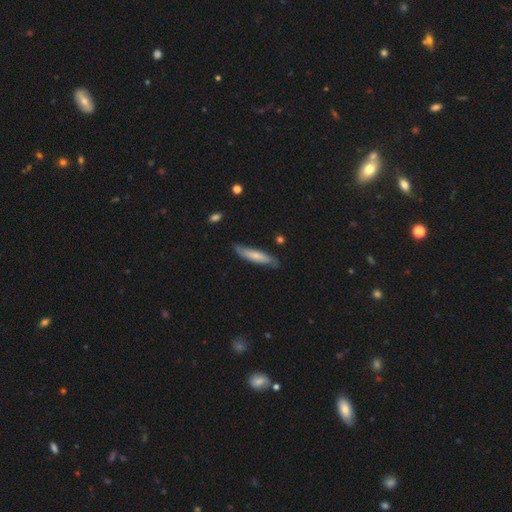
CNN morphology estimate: smooth 60%, featured or disk 35%, star or artifact 5%. Down the decision tree: how rounded — cigar-shaped (81%); merging — none (75%).